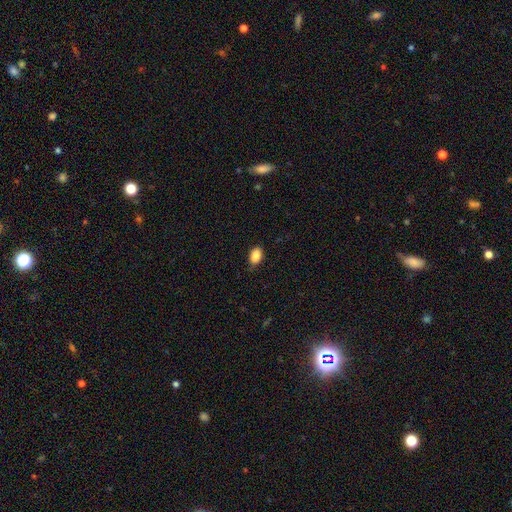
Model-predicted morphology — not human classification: smooth 88%, star or artifact 8%, featured or disk 4%. Down the decision tree: how rounded — in between (87%); merging — none (80%).